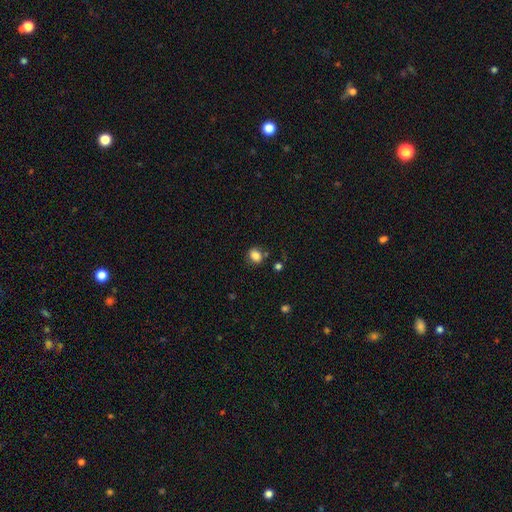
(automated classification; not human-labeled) The model was most divided on "how rounded": round: 50%, in between: 49%, cigar-shaped: 1%. More confident: smooth or featured — smooth (83%); merging — none (72%).